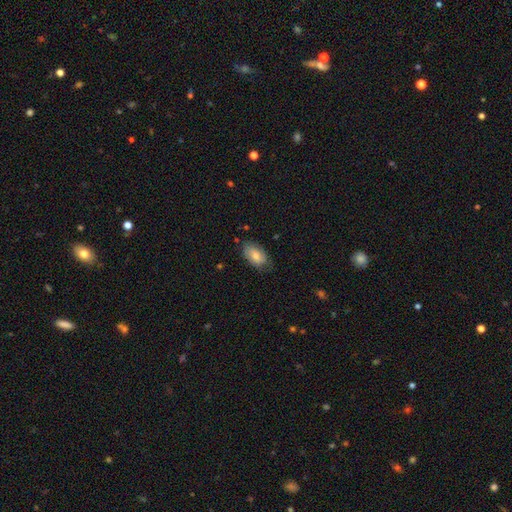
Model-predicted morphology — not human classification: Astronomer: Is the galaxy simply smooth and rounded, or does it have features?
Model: smooth — 79%.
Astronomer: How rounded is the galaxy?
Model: in between — 93%.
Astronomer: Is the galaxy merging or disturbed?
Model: none — 69%.